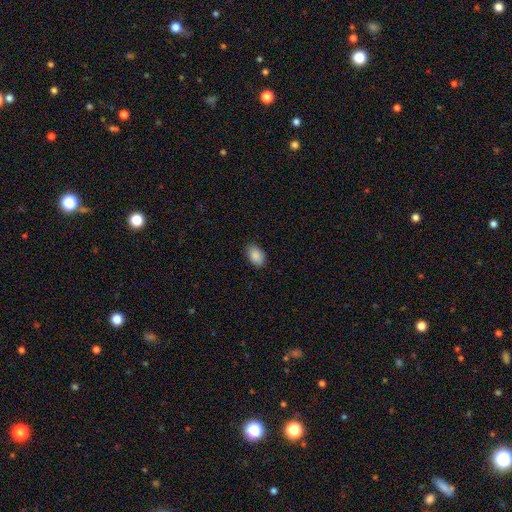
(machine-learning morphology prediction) smooth_or_featured: smooth (p=0.89) [alt: star or artifact p=0.07]
how_rounded: in between (p=0.88) [alt: round p=0.11]
merging: none (p=0.85) [alt: minor disturbance p=0.11]